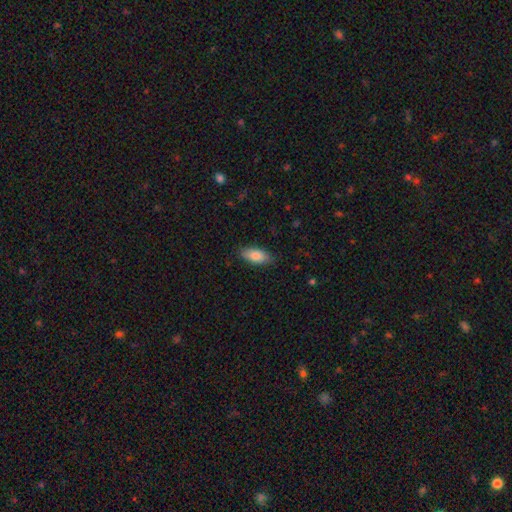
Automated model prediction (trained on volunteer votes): Smooth or featured? Predicted: smooth (p=0.83). How rounded? Predicted: in between (p=0.87). Merging? Predicted: none (p=0.86).